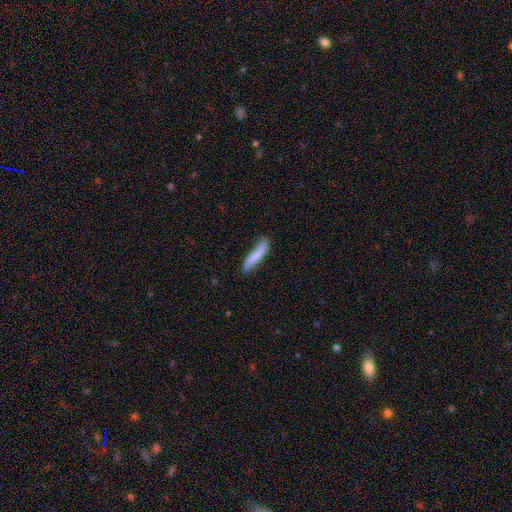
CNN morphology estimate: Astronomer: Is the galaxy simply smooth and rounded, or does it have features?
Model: smooth — 72%.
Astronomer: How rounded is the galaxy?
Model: cigar-shaped — 87%.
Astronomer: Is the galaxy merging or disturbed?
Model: none — 64%.